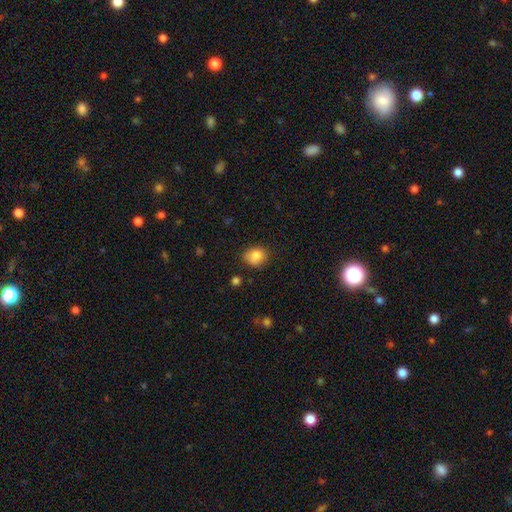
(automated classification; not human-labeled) Smooth or featured?
  - smooth: 85% *
  - star or artifact: 9%
  - featured or disk: 6%
How rounded?
  - round: 62% *
  - in between: 37%
  - cigar-shaped: 1%
Merging?
  - none: 76% *
  - minor disturbance: 18%
  - major disturbance: 4%
  - merger: 2%